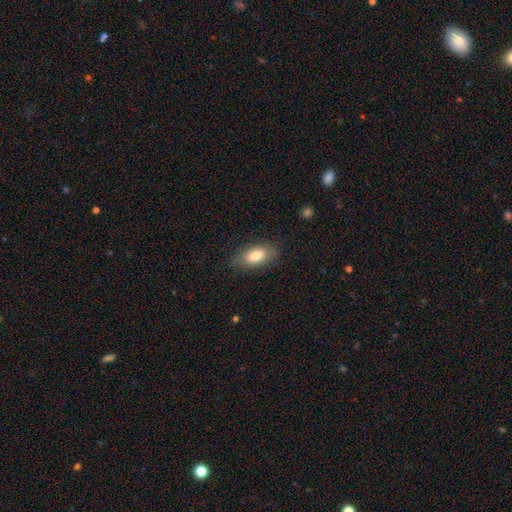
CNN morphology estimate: This is clearly a smooth galaxy (82%). How rounded: clearly in between (88%). Merging: clearly none (82%).